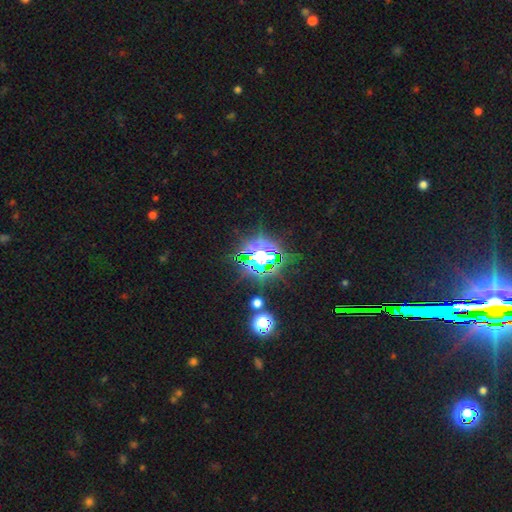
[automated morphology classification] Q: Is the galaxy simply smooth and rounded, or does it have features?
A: star or artifact — 73%.